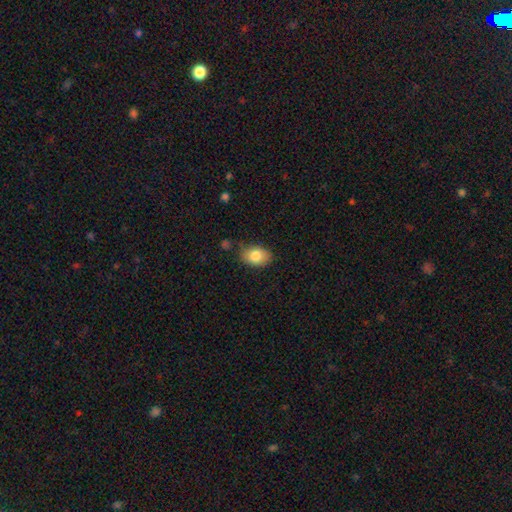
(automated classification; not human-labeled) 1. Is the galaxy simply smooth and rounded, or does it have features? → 82% smooth, 10% featured or disk, 8% star or artifact.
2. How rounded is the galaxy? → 82% in between, 17% round, 1% cigar-shaped.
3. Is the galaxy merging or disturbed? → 75% none, 18% minor disturbance, 4% major disturbance, 3% merger.